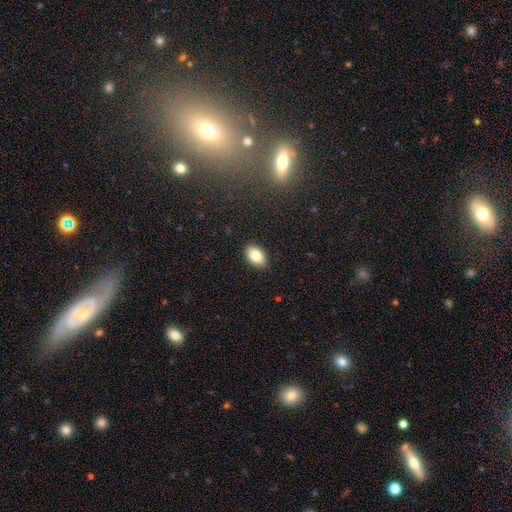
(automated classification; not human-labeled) smooth_or_featured: smooth (p=0.83) [alt: featured or disk p=0.10]
how_rounded: in between (p=0.90) [alt: round p=0.08]
merging: none (p=0.90) [alt: minor disturbance p=0.07]